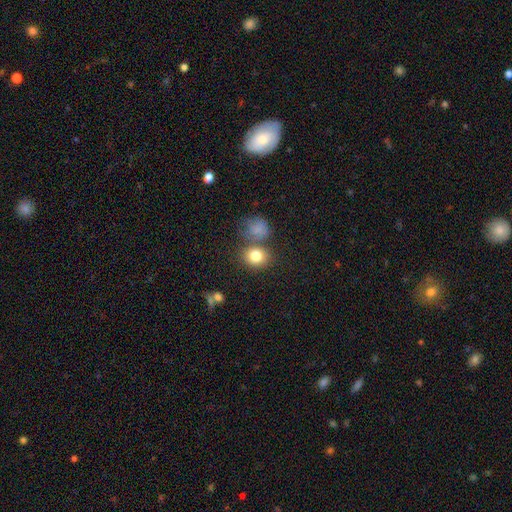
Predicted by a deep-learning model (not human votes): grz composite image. It shows a smooth galaxy with no disk features (81%) that is round (65%). Merging: none (65%).